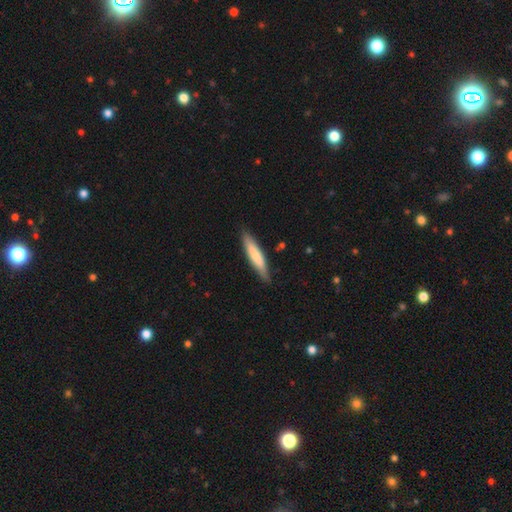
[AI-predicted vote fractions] This is likely a smooth galaxy (73%). How rounded: clearly cigar-shaped (87%). Merging: clearly none (85%).